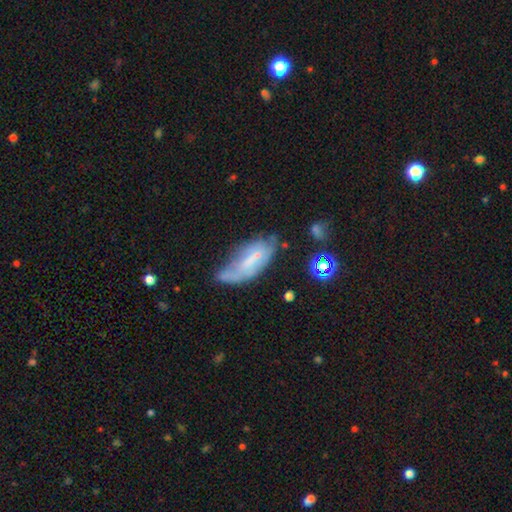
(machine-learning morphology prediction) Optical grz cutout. It shows a smooth galaxy with no disk features (48%). Merging: none (33%).